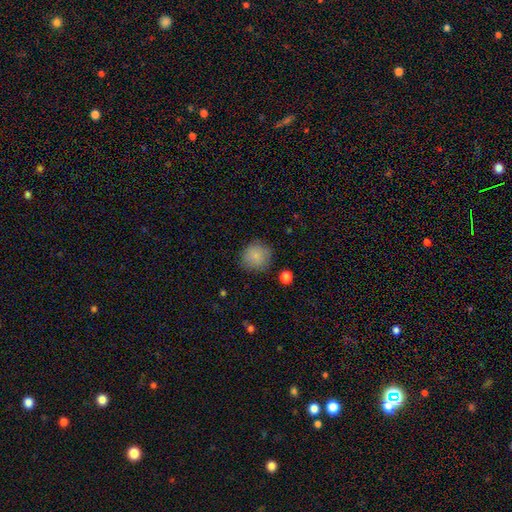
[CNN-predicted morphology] The model was most divided on "merging": none: 82%, minor disturbance: 13%, major disturbance: 4%, merger: 2%. More confident: how rounded — round (89%); smooth or featured — smooth (85%).